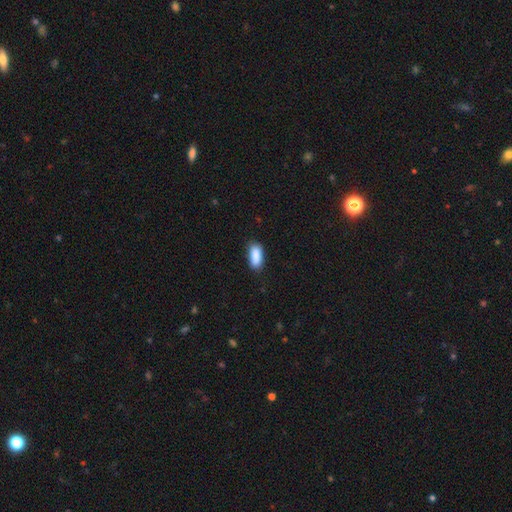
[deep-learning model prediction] A smooth galaxy with no disk features (90%) that is in between round and cigar-shaped (88%).

Vote fractions:
- Smooth or featured? smooth: 90% / star or artifact: 7% / featured or disk: 4%
- How rounded? in between: 88% / cigar-shaped: 9% / round: 3%
- Merging? none: 82% / minor disturbance: 15% / major disturbance: 2% / merger: 1%